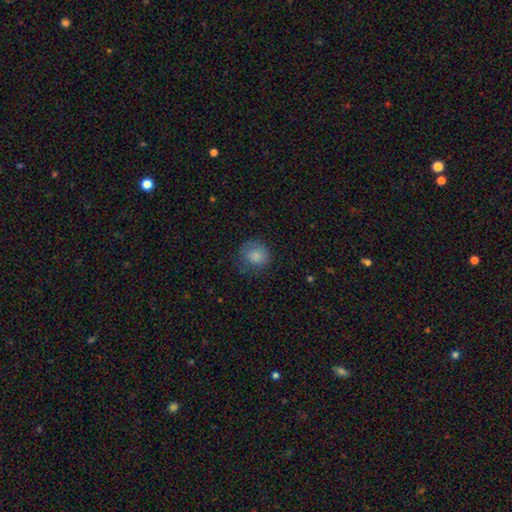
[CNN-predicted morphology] Smooth or featured? Predicted: smooth (p=0.84). How rounded? Predicted: round (p=0.81). Merging? Predicted: none (p=0.67).